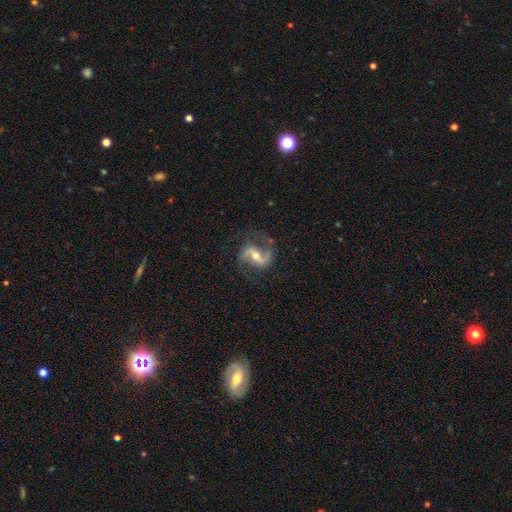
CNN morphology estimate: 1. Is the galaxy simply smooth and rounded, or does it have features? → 88% featured or disk, 6% smooth, 6% star or artifact.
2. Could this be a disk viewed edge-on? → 97% no, 3% yes.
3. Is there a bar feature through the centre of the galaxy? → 43% weak, 38% strong, 20% no.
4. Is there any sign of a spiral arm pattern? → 97% yes, 3% no.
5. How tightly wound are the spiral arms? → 49% medium, 40% loose, 11% tight.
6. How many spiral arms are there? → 91% 2, 3% 1, 2% can't tell, 2% 3, 1% 4, 1% more than 4.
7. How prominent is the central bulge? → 63% moderate, 30% small, 5% large, 2% none, 1% dominant.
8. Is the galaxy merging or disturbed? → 74% none, 15% minor disturbance, 10% major disturbance, 1% merger.